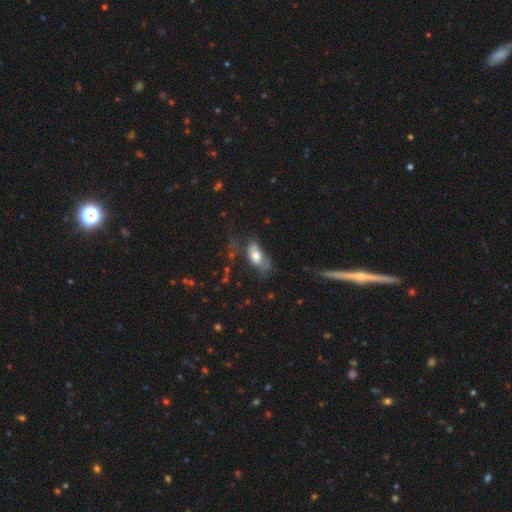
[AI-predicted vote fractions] Smooth or featured: smooth — 63% (featured or disk — 29%)
How rounded: in between — 88% (cigar-shaped — 6%)
Merging: none — 36% (major disturbance — 31%)